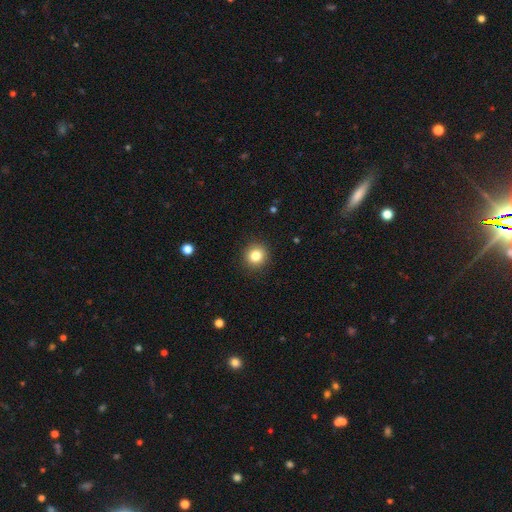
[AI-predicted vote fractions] The model was most divided on "smooth or featured": smooth: 83%, star or artifact: 11%, featured or disk: 6%. More confident: how rounded — round (92%); merging — none (91%).